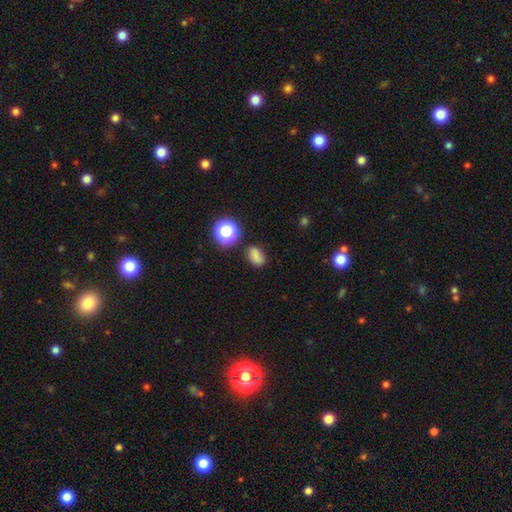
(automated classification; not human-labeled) Q: Smooth or featured?
A: smooth (77%); runner-up: star or artifact (16%)
Q: How rounded?
A: in between (76%); runner-up: round (23%)
Q: Merging?
A: none (77%); runner-up: minor disturbance (15%)